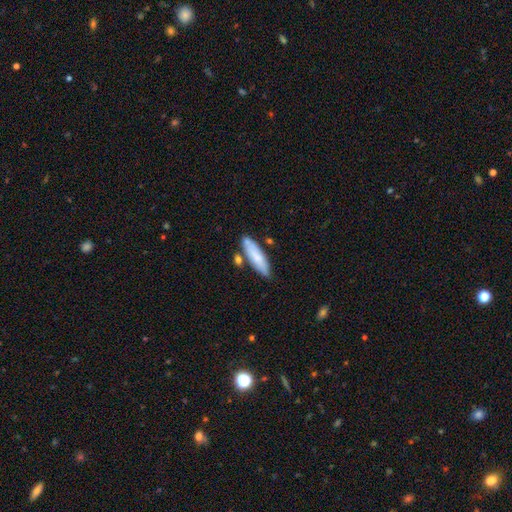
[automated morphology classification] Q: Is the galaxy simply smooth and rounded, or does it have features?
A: smooth — 75%.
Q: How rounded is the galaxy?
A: cigar-shaped — 62%.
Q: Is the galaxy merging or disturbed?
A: none — 71%.